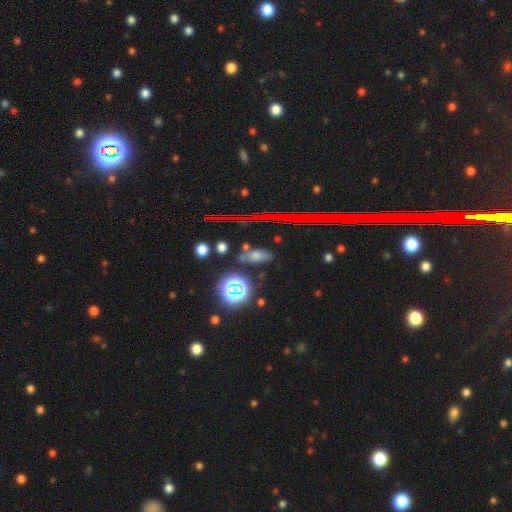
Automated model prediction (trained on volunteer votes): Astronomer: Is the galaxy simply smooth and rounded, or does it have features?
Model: smooth — 43% (runner-up: star or artifact, 42%).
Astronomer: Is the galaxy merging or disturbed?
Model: none — 75%.